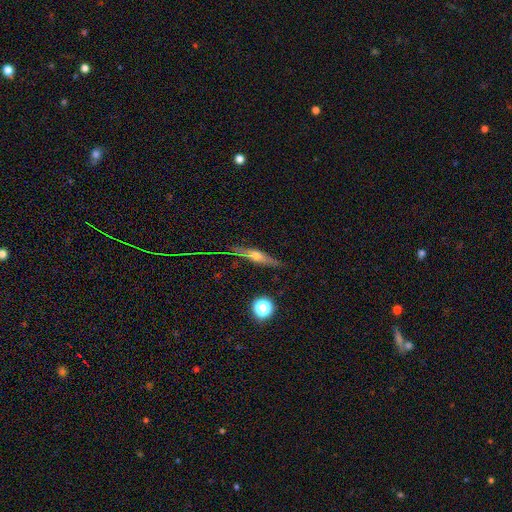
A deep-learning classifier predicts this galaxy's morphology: Q: Smooth or featured?
A: featured or disk (58%); runner-up: smooth (32%)
Q: Edge-on disk?
A: yes (93%); runner-up: no (7%)
Q: Edge-on bulge?
A: rounded (87%); runner-up: none (8%)
Q: Merging?
A: none (86%); runner-up: minor disturbance (10%)